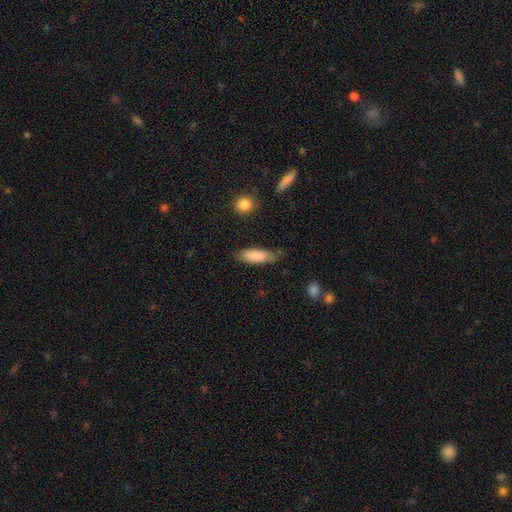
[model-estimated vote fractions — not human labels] Smooth or featured? smooth (84%)
How rounded? in between (58%)
Merging? none (73%)